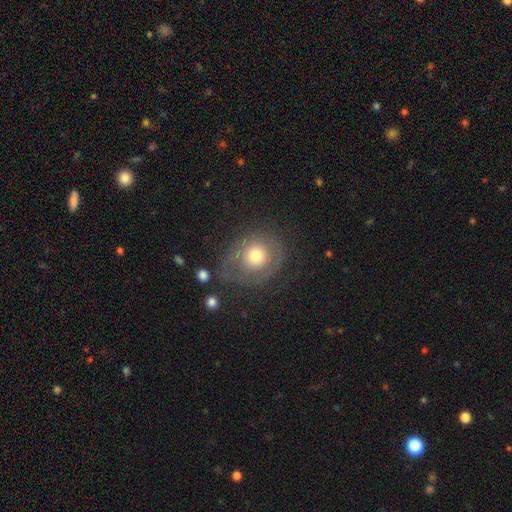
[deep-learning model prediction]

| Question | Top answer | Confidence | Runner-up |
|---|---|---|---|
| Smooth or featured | smooth | 46% | featured or disk (45%) |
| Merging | none | 65% | minor disturbance (18%) |